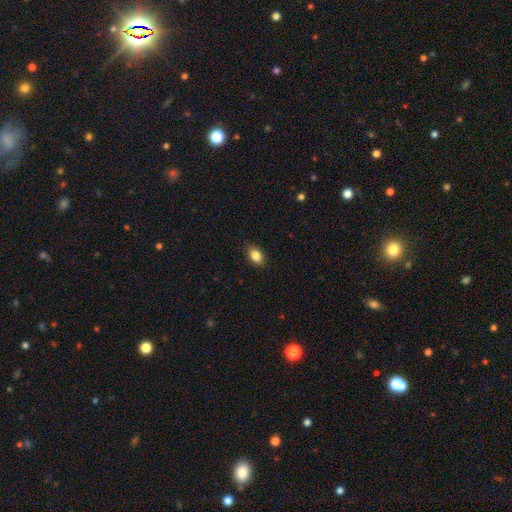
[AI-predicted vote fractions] smooth-or-featured: smooth: 85% | star or artifact: 8% | featured or disk: 7%
  how-rounded: in between: 84% | round: 14% | cigar-shaped: 2%
  merging: none: 85% | minor disturbance: 12% | major disturbance: 2% | merger: 1%